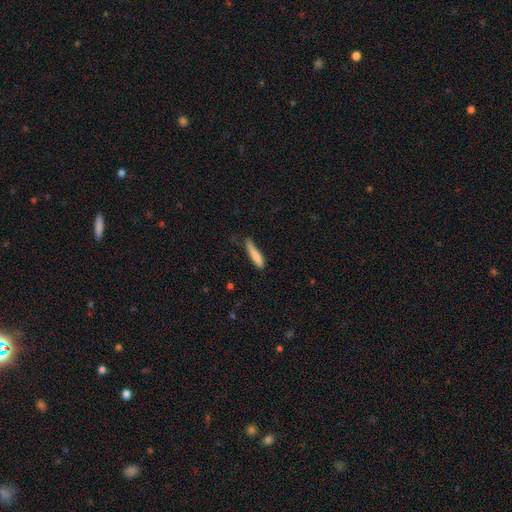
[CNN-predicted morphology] Q: Smooth or featured?
A: smooth (81%); runner-up: featured or disk (13%)
Q: How rounded?
A: cigar-shaped (88%); runner-up: in between (11%)
Q: Merging?
A: none (61%); runner-up: minor disturbance (30%)